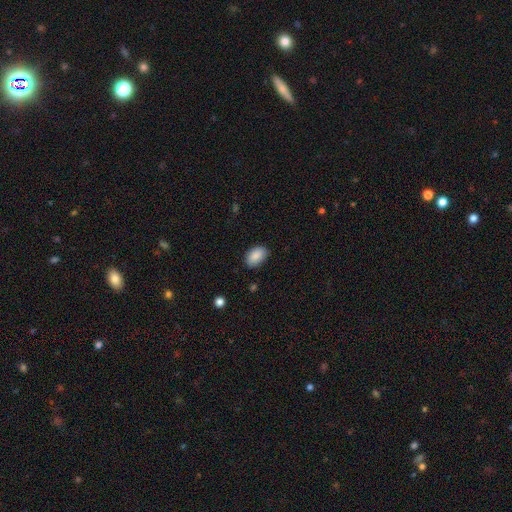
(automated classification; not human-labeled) The model was most divided on "merging": none: 85%, minor disturbance: 12%, major disturbance: 2%, merger: 1%. More confident: how rounded — in between (89%); smooth or featured — smooth (88%).